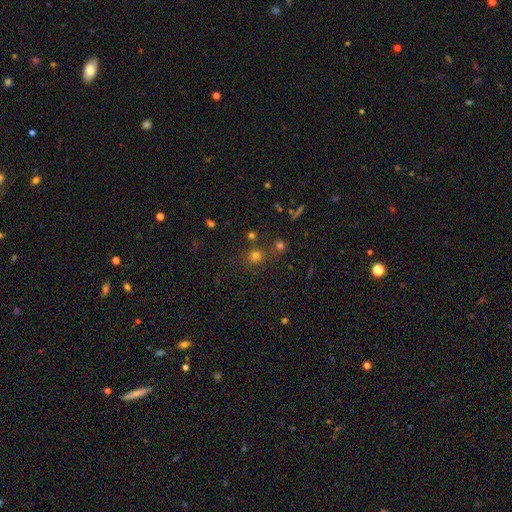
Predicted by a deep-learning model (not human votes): A smooth galaxy with no disk features (65%) that is round (88%).

Vote fractions:
- Smooth or featured? smooth: 65% / star or artifact: 27% / featured or disk: 8%
- How rounded? round: 88% / in between: 11% / cigar-shaped: 1%
- Merging? none: 71% / merger: 16% / minor disturbance: 9% / major disturbance: 4%